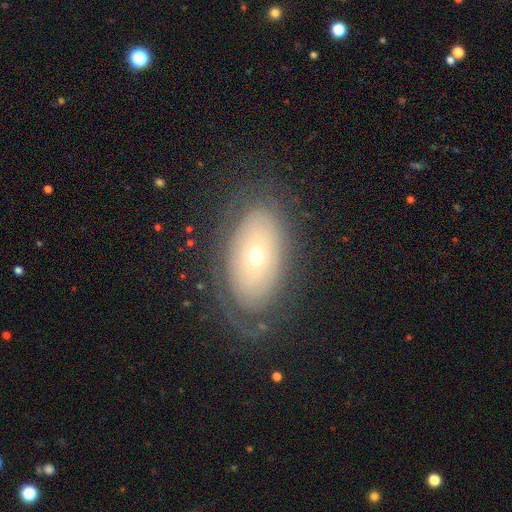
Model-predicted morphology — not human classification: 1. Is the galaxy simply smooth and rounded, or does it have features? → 52% featured or disk, 39% smooth, 9% star or artifact.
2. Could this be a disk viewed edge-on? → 89% no, 11% yes.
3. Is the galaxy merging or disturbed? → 69% none, 17% minor disturbance, 13% major disturbance, 1% merger.